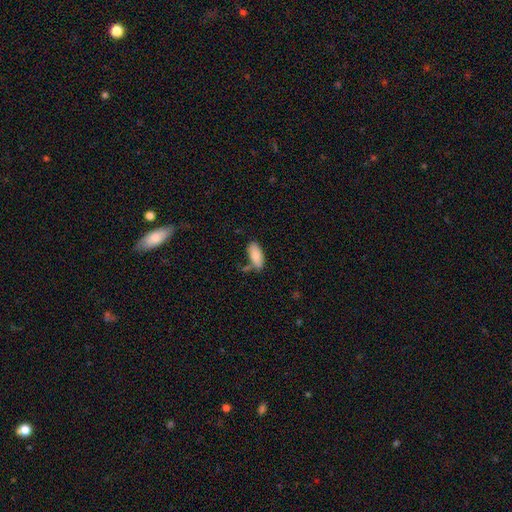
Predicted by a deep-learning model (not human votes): Smooth or featured?
  - smooth: 85% *
  - featured or disk: 9%
  - star or artifact: 7%
How rounded?
  - in between: 87% *
  - cigar-shaped: 11%
  - round: 2%
Merging?
  - none: 64% *
  - minor disturbance: 19%
  - merger: 11%
  - major disturbance: 5%